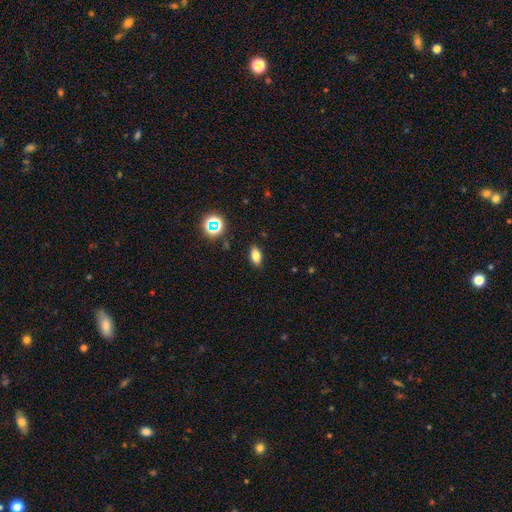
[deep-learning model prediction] Overall: smooth (75%). How rounded: in between (85%). Merging: none (88%).